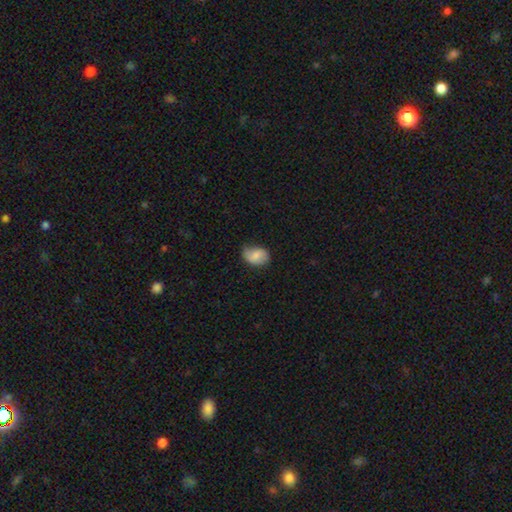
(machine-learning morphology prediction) This appears to be a smooth galaxy with no disk features (66%) that is in between round and cigar-shaped (73%). Merging: none (64%).